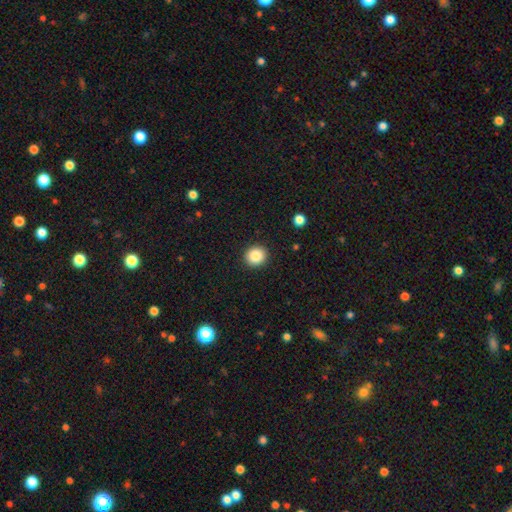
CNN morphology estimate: Q: Smooth or featured?
A: smooth (86%); runner-up: star or artifact (9%)
Q: How rounded?
A: round (89%); runner-up: in between (11%)
Q: Merging?
A: none (92%); runner-up: minor disturbance (5%)